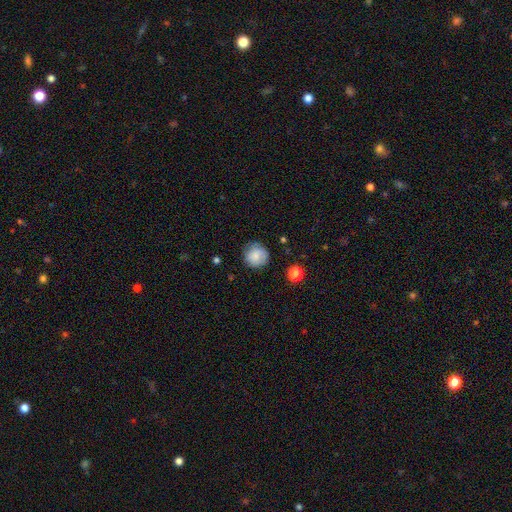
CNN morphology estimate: Overall: smooth (77%). How rounded: round (91%). Merging: none (79%).